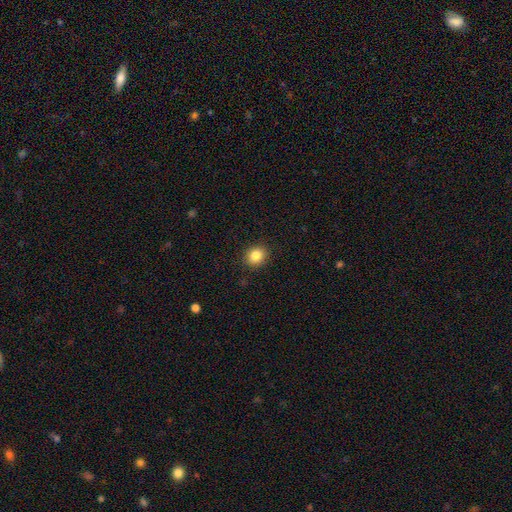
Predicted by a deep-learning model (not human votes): Q: Smooth or featured?
A: smooth (84%); runner-up: star or artifact (10%)
Q: How rounded?
A: round (72%); runner-up: in between (27%)
Q: Merging?
A: none (90%); runner-up: minor disturbance (7%)